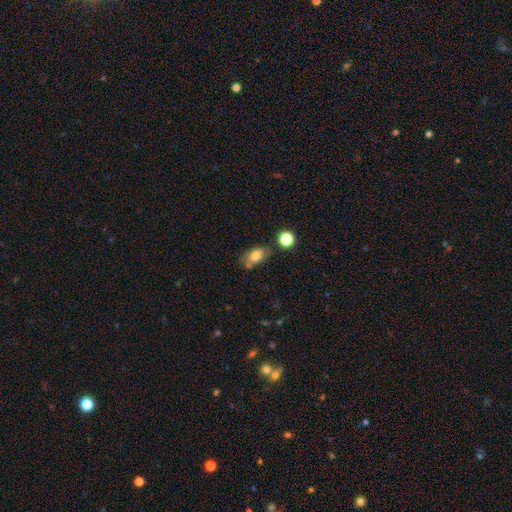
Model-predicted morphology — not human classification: This is likely a smooth galaxy (70%). How rounded: clearly in between (86%). Merging: likely none (62%).